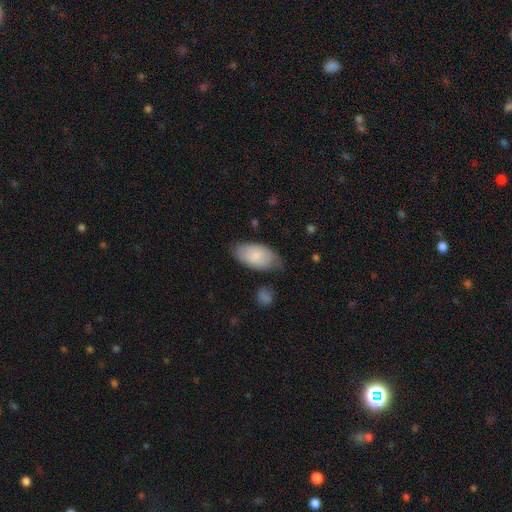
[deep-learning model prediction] Smooth or featured? Predicted: smooth (p=0.82). How rounded? Predicted: in between (p=0.95). Merging? Predicted: none (p=0.66).